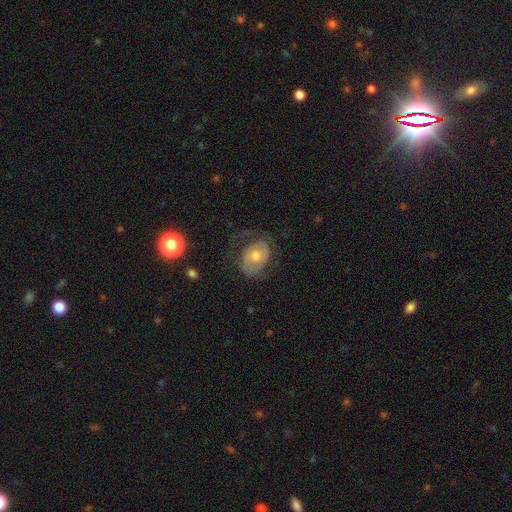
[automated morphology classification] Smooth or featured? Predicted: featured or disk (p=0.53). Edge-on disk? Predicted: no (p=0.95). Bar? Predicted: no (p=0.72). Spiral arms? Predicted: yes (p=0.60). Bulge size? Predicted: moderate (p=0.67). Merging? Predicted: none (p=0.58).